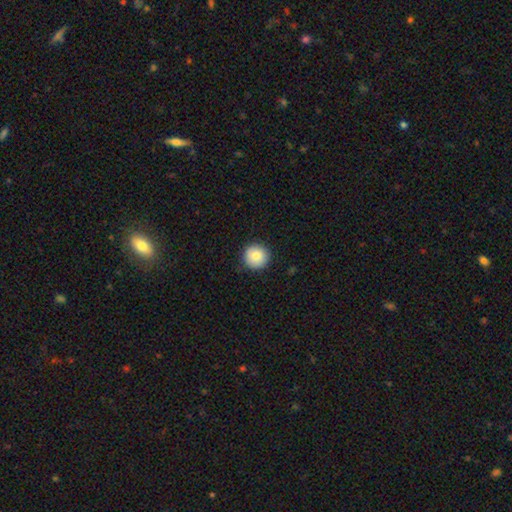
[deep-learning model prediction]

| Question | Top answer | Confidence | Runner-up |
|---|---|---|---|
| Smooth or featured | smooth | 82% | featured or disk (10%) |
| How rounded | round | 96% | in between (3%) |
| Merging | none | 89% | minor disturbance (8%) |